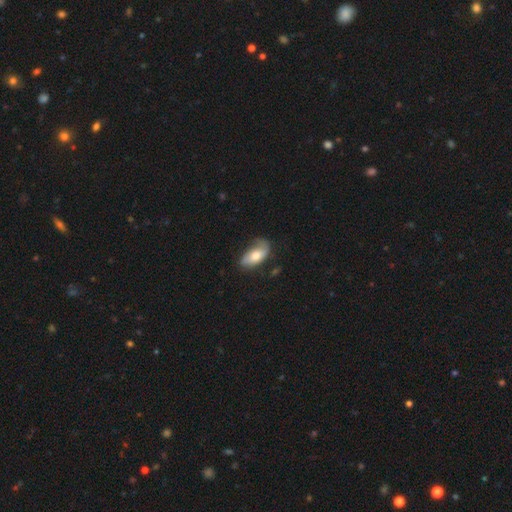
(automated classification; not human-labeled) Overall: smooth (60%; featured or disk 34%). How rounded: in between (90%). Merging: none (50%; minor disturbance 33%).